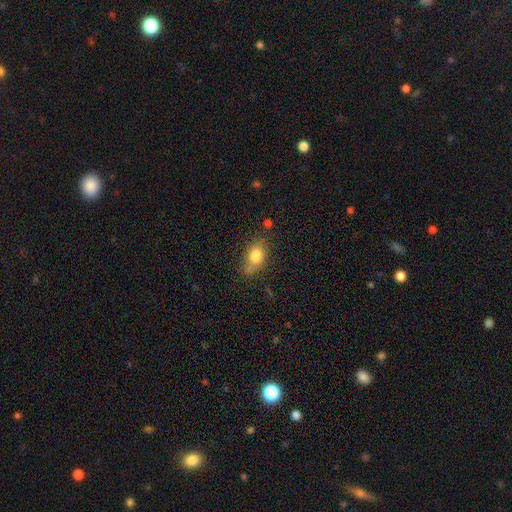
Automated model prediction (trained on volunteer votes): Overall: smooth (80%). How rounded: in between (76%). Merging: none (61%; minor disturbance 24%).